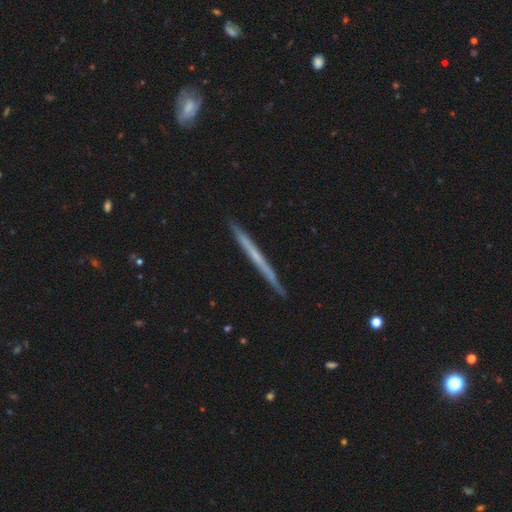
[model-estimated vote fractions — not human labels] This is possibly a featured or disk galaxy (55%). It is clearly viewed edge-on (97%). Edge-on bulge: clearly none (91%). Merging: clearly none (90%).